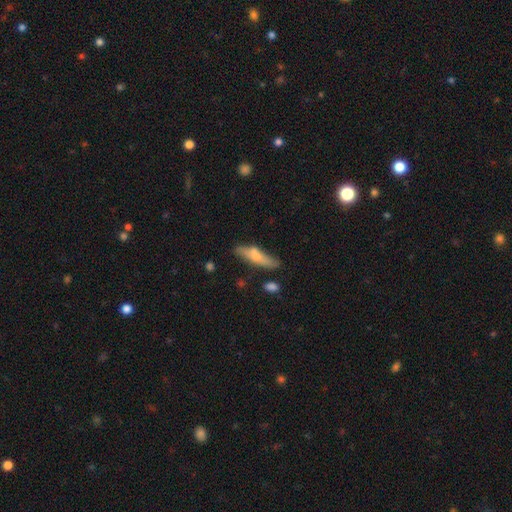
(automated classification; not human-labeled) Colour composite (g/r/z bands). It shows a smooth galaxy with no disk features (62%) that is cigar-shaped (68%). Merging: none (63%).